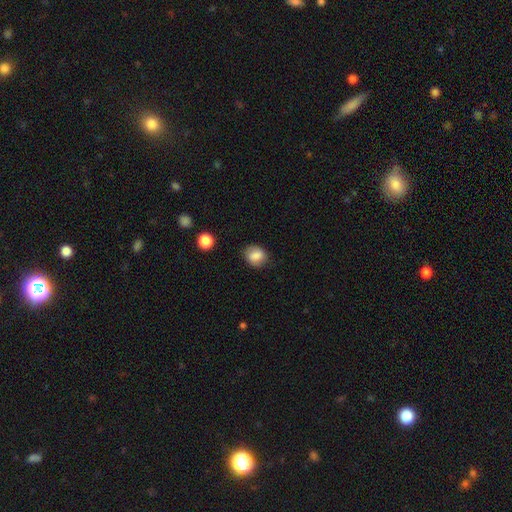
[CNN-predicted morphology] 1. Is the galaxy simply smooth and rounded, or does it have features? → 80% smooth, 11% featured or disk, 9% star or artifact.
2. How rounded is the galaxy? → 54% round, 45% in between, 1% cigar-shaped.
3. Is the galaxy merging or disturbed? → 76% none, 18% minor disturbance, 5% major disturbance, 2% merger.